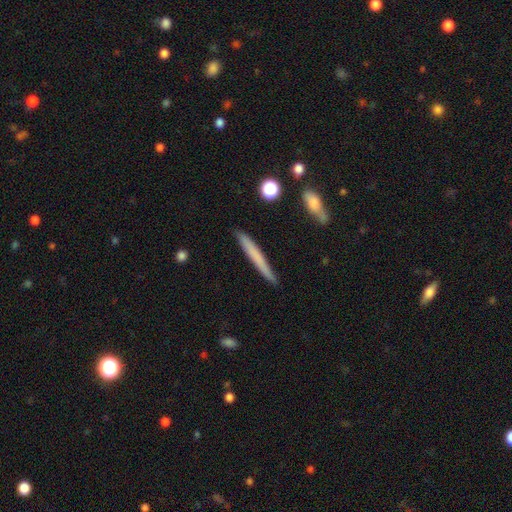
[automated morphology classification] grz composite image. It shows a smooth galaxy with no disk features (61%) that is cigar-shaped (96%). Merging: none (88%).